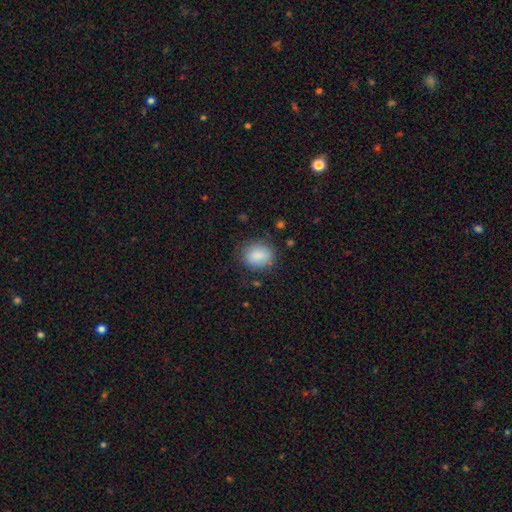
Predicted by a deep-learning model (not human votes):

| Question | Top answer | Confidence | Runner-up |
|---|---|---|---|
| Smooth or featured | smooth | 86% | star or artifact (8%) |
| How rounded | round | 57% | in between (42%) |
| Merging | none | 78% | minor disturbance (15%) |